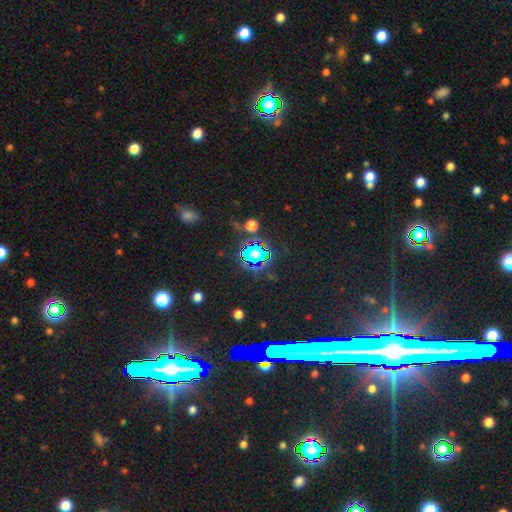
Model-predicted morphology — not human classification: The model was most divided on "smooth or featured": star or artifact: 64%, smooth: 26%, featured or disk: 10%.